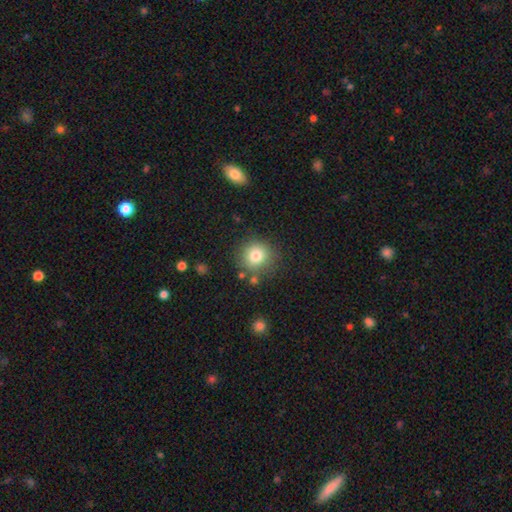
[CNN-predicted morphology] Smooth or featured: smooth — 80% (star or artifact — 12%)
How rounded: round — 90% (in between — 9%)
Merging: none — 80% (minor disturbance — 11%)